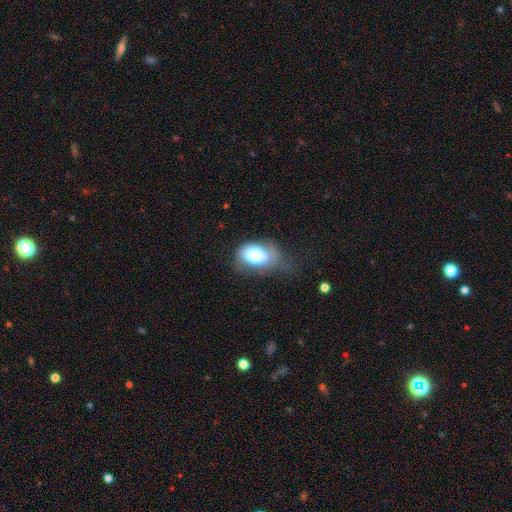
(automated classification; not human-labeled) A smooth galaxy with no disk features (73%) that is in between round and cigar-shaped (87%).

Vote fractions:
- Smooth or featured? smooth: 73% / featured or disk: 19% / star or artifact: 8%
- How rounded? in between: 87% / round: 11% / cigar-shaped: 2%
- Merging? minor disturbance: 38% / major disturbance: 33% / none: 27% / merger: 3%